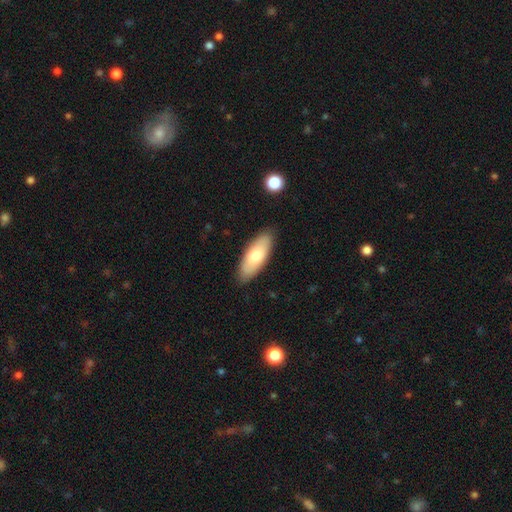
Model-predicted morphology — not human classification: A smooth galaxy with no disk features (73%) that is in between round and cigar-shaped (75%).

Vote fractions:
- Smooth or featured? smooth: 73% / featured or disk: 22% / star or artifact: 5%
- How rounded? in between: 75% / cigar-shaped: 23% / round: 2%
- Merging? none: 86% / minor disturbance: 11% / major disturbance: 2% / merger: 1%